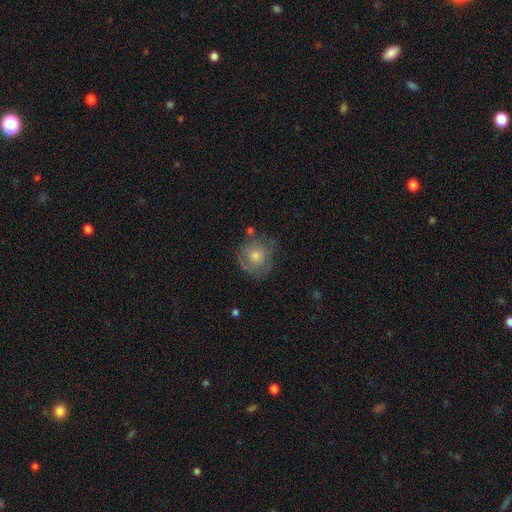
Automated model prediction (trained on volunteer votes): smooth_or_featured: smooth (p=0.47) [alt: featured or disk p=0.43]
merging: none (p=0.69) [alt: minor disturbance p=0.20]